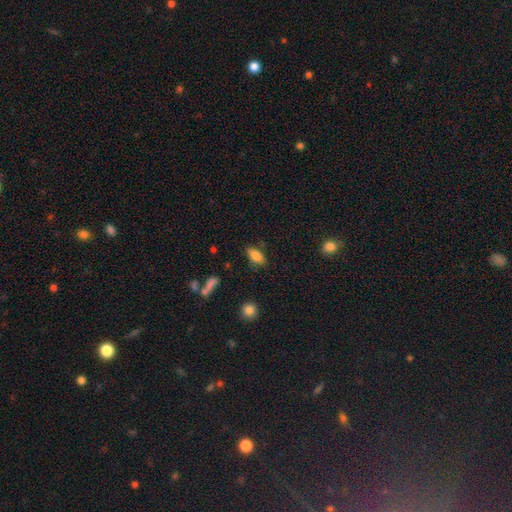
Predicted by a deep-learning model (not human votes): Smooth or featured? smooth (81%)
How rounded? in between (83%)
Merging? none (82%)